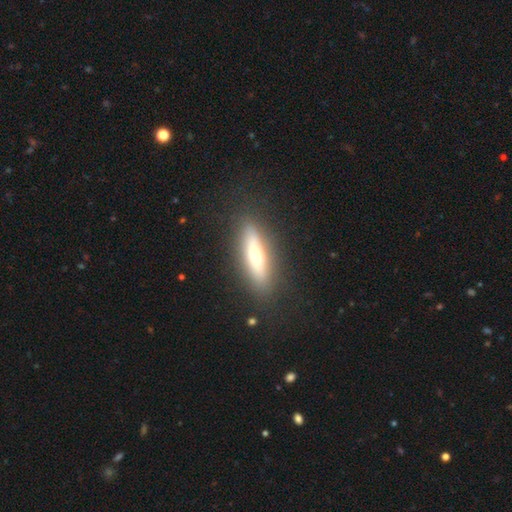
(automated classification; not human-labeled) A smooth galaxy with no disk features (56%) that is cigar-shaped (62%). Merging: none (85%).